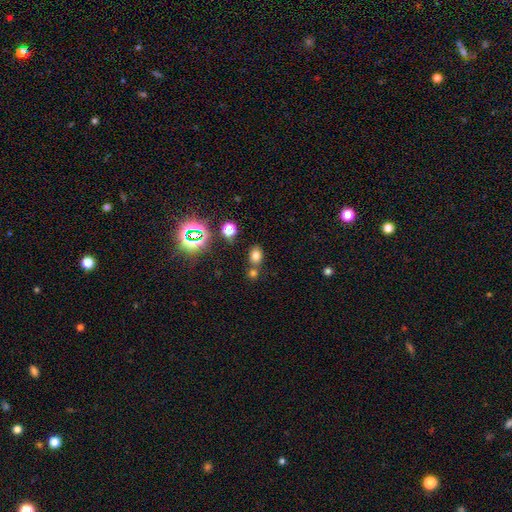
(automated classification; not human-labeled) Smooth or featured: smooth — 71% (star or artifact — 21%)
How rounded: in between — 63% (round — 35%)
Merging: none — 64% (merger — 21%)